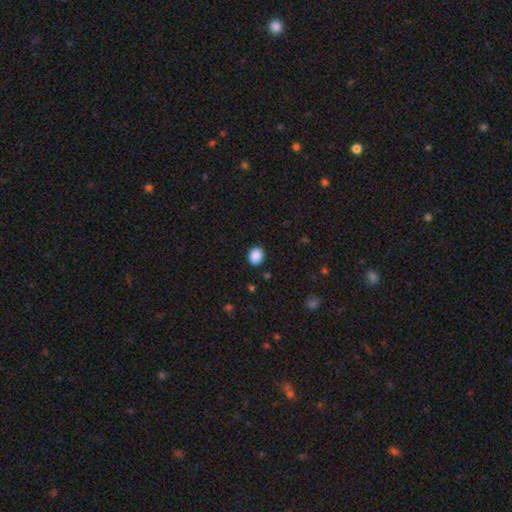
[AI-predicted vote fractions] The model was most divided on "how rounded": round: 54%, in between: 45%, cigar-shaped: 1%. More confident: merging — none (89%); smooth or featured — smooth (89%).